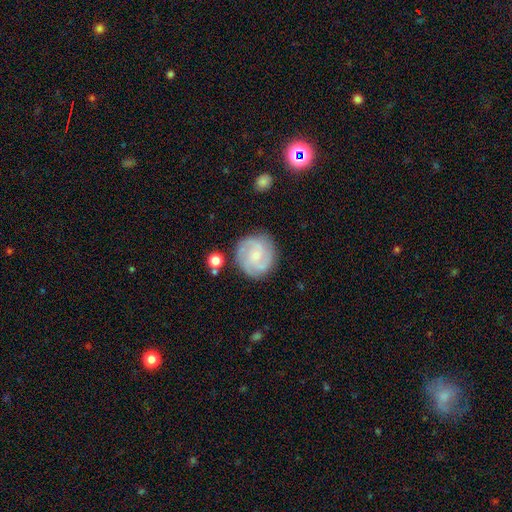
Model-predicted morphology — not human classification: This appears to be a featured or disk galaxy (69%) with no bar (67%), 3 (36%) tight (46%) spiral arms (92%) and a small central bulge (71%). Merging: none (80%).